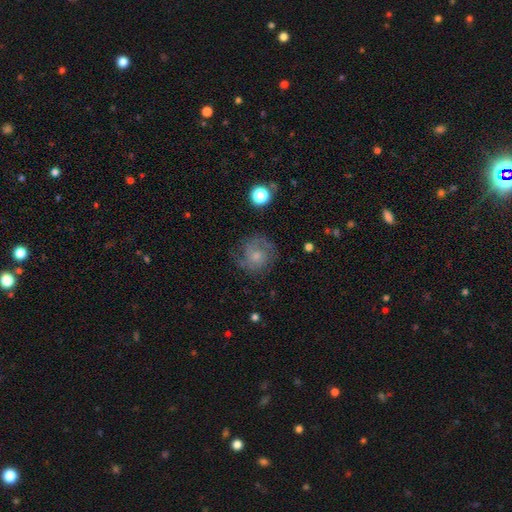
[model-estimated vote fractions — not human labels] Overall: featured or disk (58%; smooth 32%). Edge-on disk: no (98%). Bar: no (77%). Spiral arms: yes (85%). Bulge size: small (45%; moderate 41%). Merging: none (67%).